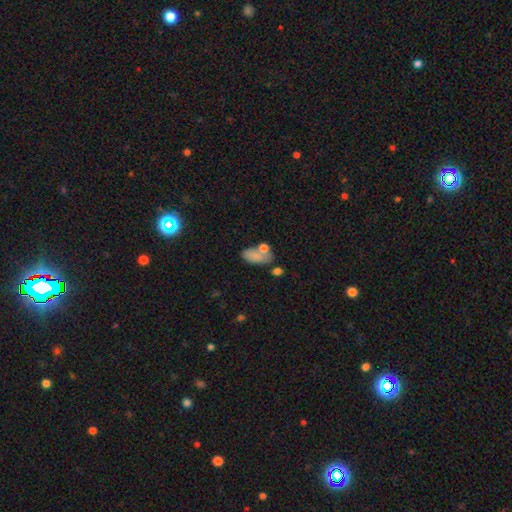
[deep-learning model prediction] smooth 76%, featured or disk 13%, star or artifact 10%. Down the decision tree: how rounded — in between (90%); merging — none (48%).